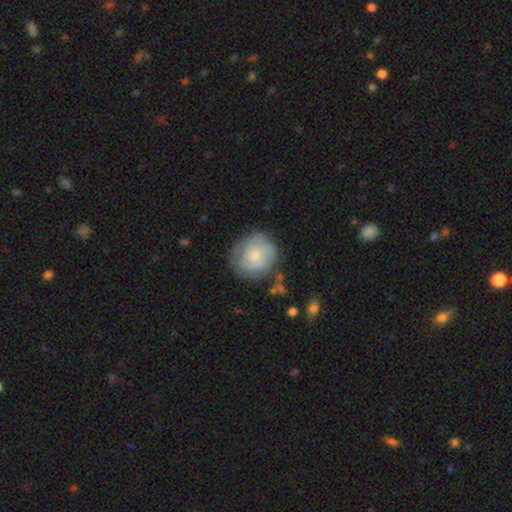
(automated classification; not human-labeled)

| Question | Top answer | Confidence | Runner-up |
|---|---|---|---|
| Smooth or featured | smooth | 55% | featured or disk (38%) |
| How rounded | round | 86% | in between (13%) |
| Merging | none | 65% | minor disturbance (23%) |